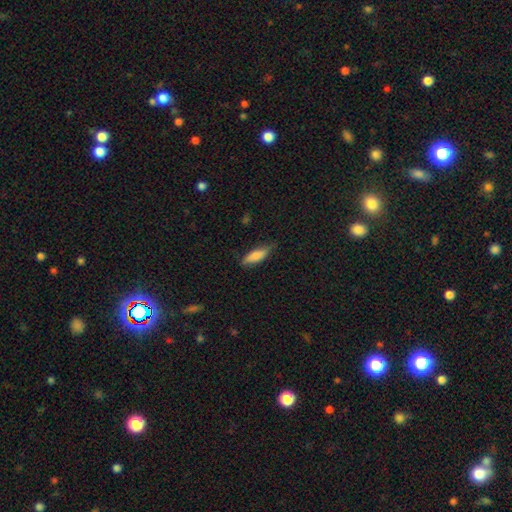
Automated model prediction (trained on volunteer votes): A smooth galaxy with no disk features (81%) that is in between round and cigar-shaped (56%).

Vote fractions:
- Smooth or featured? smooth: 81% / featured or disk: 13% / star or artifact: 6%
- How rounded? in between: 56% / cigar-shaped: 42% / round: 2%
- Merging? none: 70% / minor disturbance: 25% / major disturbance: 4% / merger: 1%